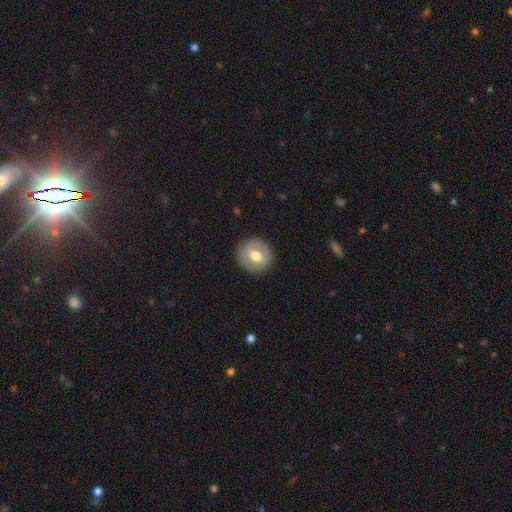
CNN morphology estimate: A smooth galaxy with no disk features (57%) that is round (85%).

Vote fractions:
- Smooth or featured? smooth: 57% / featured or disk: 36% / star or artifact: 7%
- How rounded? round: 85% / in between: 14% / cigar-shaped: 1%
- Merging? none: 87% / minor disturbance: 9% / major disturbance: 3% / merger: 1%